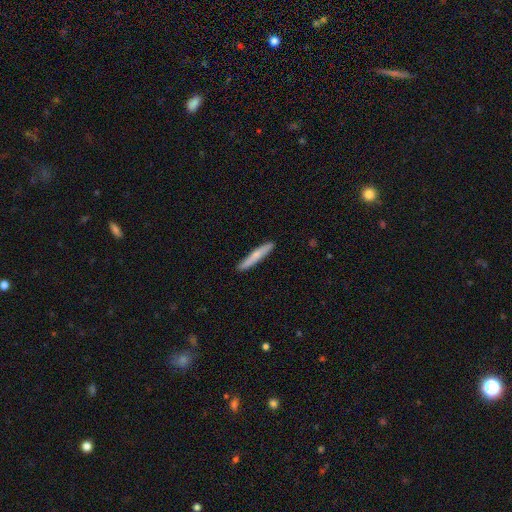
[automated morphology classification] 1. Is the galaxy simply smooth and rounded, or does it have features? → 68% smooth, 26% featured or disk, 5% star or artifact.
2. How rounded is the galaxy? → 95% cigar-shaped, 4% in between, 1% round.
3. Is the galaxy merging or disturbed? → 90% none, 7% minor disturbance, 1% major disturbance, 1% merger.